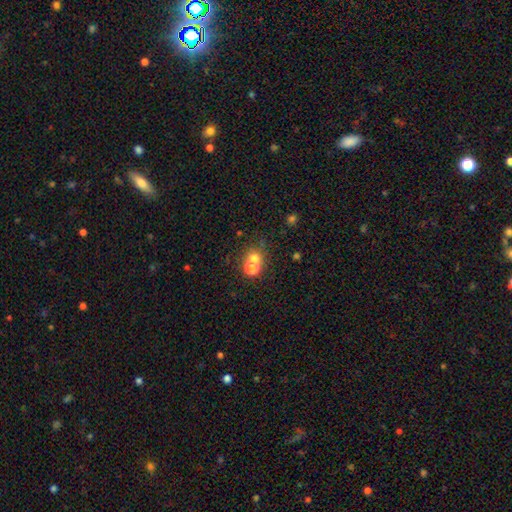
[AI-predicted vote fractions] smooth-or-featured: smooth: 64% | star or artifact: 24% | featured or disk: 12%
  how-rounded: round: 82% | in between: 17% | cigar-shaped: 1%
  merging: none: 51% | merger: 39% | minor disturbance: 7% | major disturbance: 4%